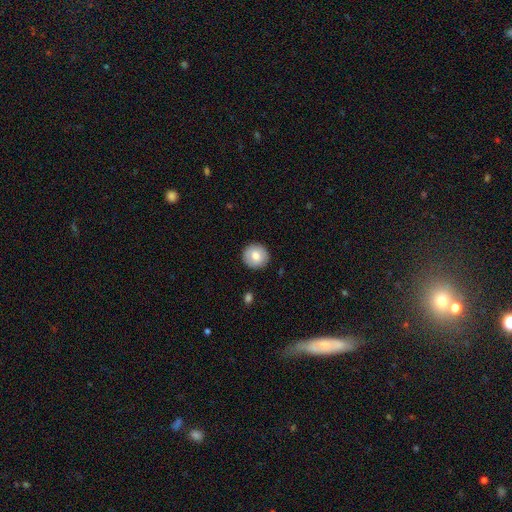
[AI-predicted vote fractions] Smooth or featured?
  - smooth: 78% *
  - featured or disk: 14%
  - star or artifact: 7%
How rounded?
  - round: 94% *
  - in between: 5%
  - cigar-shaped: 1%
Merging?
  - none: 90% *
  - minor disturbance: 7%
  - major disturbance: 2%
  - merger: 1%